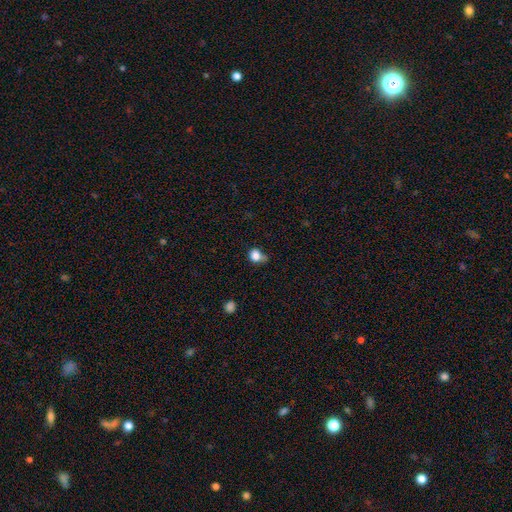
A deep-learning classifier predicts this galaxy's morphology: A smooth galaxy with no disk features (82%) that is round (64%). Merging: none (42%).